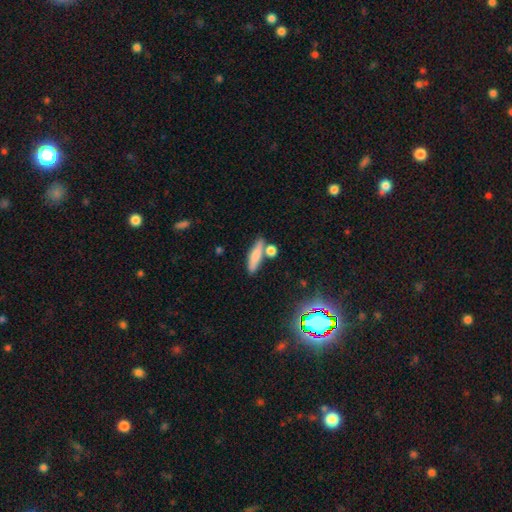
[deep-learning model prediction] Smooth or featured?
  - smooth: 73% *
  - featured or disk: 18%
  - star or artifact: 9%
How rounded?
  - cigar-shaped: 63% *
  - in between: 32%
  - round: 5%
Merging?
  - none: 65% *
  - merger: 18%
  - minor disturbance: 13%
  - major disturbance: 4%